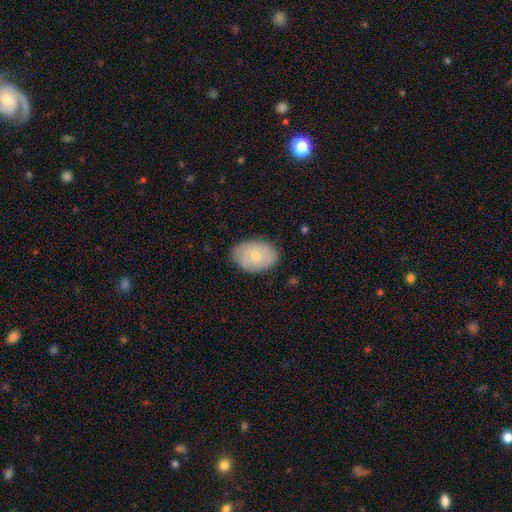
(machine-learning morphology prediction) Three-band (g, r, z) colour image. It shows a smooth galaxy with no disk features (61%) that is in between round and cigar-shaped (83%). Merging: none (79%).